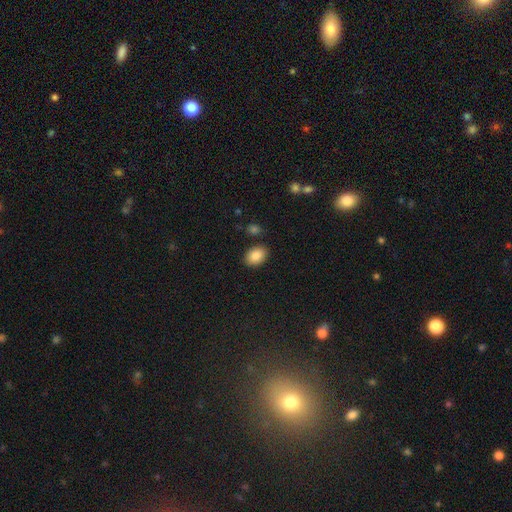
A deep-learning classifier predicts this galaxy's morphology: Smooth or featured? Predicted: smooth (p=0.86). How rounded? Predicted: in between (p=0.81). Merging? Predicted: none (p=0.85).